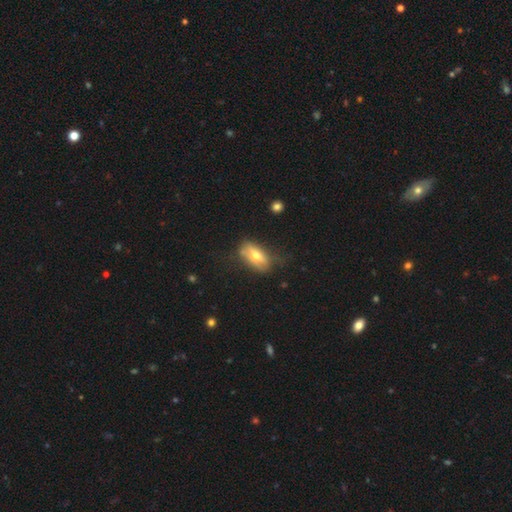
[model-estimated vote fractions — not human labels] Overall: smooth (54%; featured or disk 38%). How rounded: in between (84%). Merging: none (59%; minor disturbance 27%).